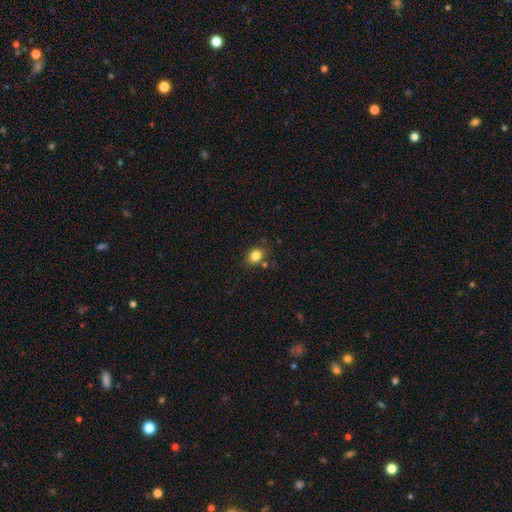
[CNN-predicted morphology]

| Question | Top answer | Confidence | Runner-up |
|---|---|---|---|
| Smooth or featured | smooth | 83% | star or artifact (11%) |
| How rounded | in between | 51% | round (48%) |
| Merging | none | 77% | minor disturbance (14%) |